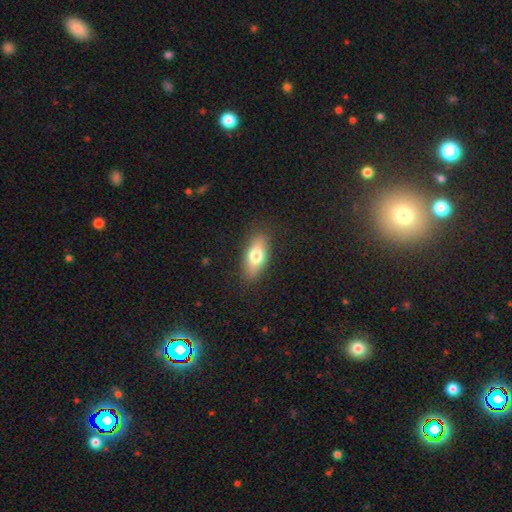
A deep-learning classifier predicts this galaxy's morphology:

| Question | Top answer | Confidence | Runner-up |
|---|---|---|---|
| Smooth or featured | smooth | 74% | featured or disk (19%) |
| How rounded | in between | 79% | cigar-shaped (17%) |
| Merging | none | 85% | minor disturbance (11%) |